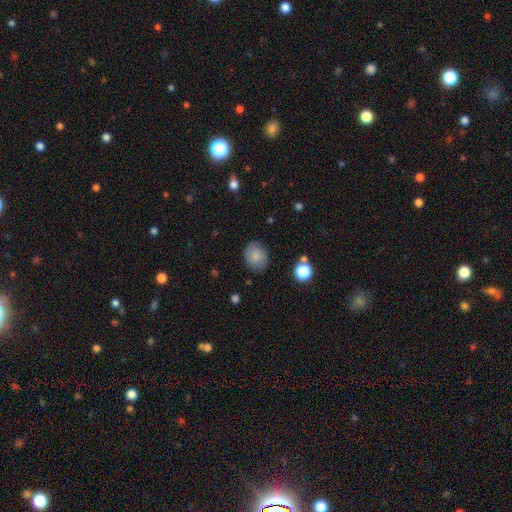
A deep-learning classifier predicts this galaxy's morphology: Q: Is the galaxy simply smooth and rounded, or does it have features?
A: smooth — 77%.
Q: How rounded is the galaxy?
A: round — 59%.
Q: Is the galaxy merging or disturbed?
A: none — 80%.